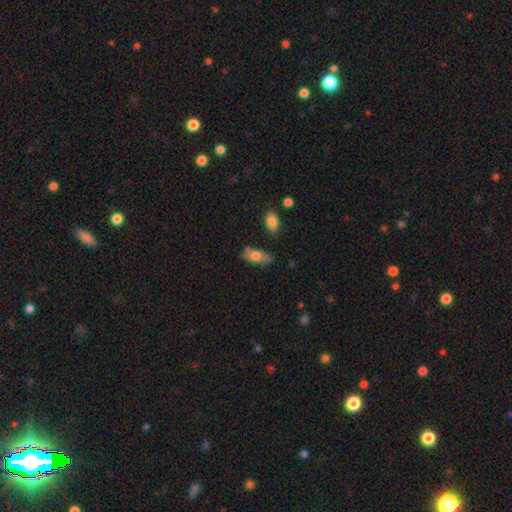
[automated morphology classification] smooth-or-featured: smooth: 73% | featured or disk: 20% | star or artifact: 7%
  how-rounded: in between: 85% | cigar-shaped: 12% | round: 3%
  merging: none: 70% | minor disturbance: 21% | major disturbance: 5% | merger: 4%